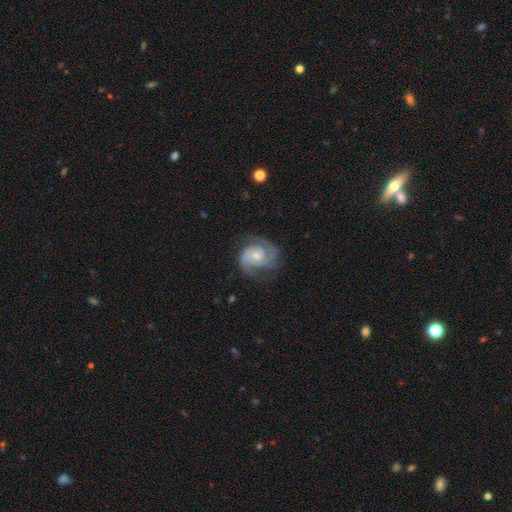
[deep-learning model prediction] This is clearly a featured or disk galaxy (84%). It is clearly not viewed edge-on (98%). Bar: likely no (62%). Spiral arm pattern: clearly yes (96%). Spiral arm count: likely 2 (69%). Spiral winding: marginally medium (45%). Central bulge: possibly small (49%). Merging: likely none (66%).